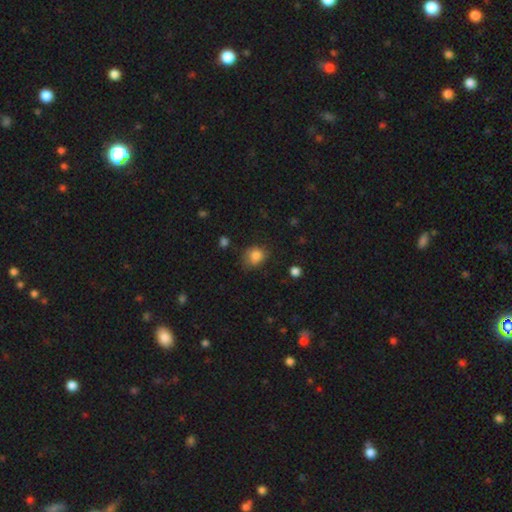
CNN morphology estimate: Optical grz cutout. It shows a smooth galaxy with no disk features (83%) that is round (62%). Merging: none (61%).